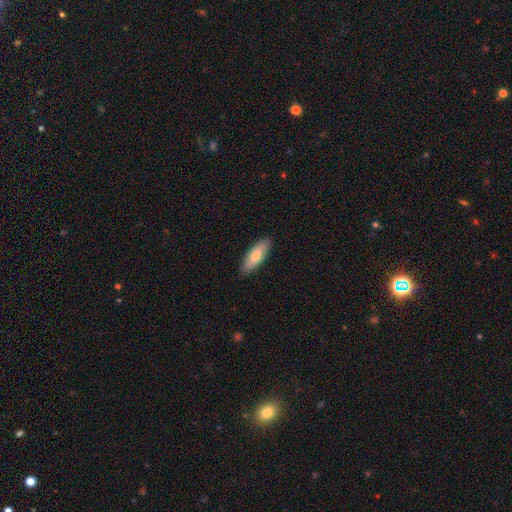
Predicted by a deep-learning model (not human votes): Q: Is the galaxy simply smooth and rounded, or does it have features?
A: smooth — 74%.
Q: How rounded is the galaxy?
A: in between — 69%.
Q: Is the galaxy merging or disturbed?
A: none — 88%.